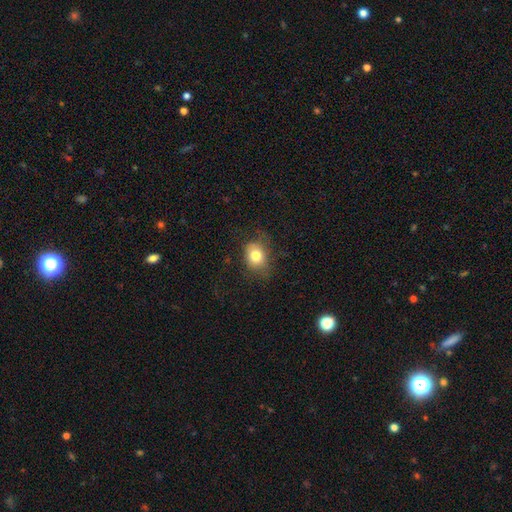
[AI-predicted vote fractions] Smooth or featured: smooth — 78% (featured or disk — 11%)
How rounded: round — 51% (in between — 48%)
Merging: none — 66% (minor disturbance — 23%)